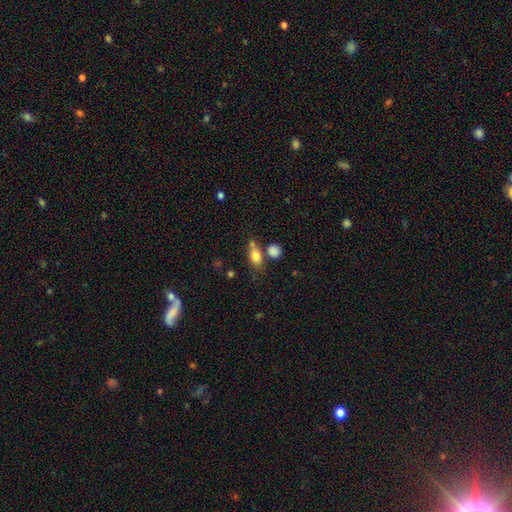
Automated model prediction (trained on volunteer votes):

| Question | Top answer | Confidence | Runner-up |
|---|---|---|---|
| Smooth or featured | smooth | 80% | star or artifact (10%) |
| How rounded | in between | 76% | round (19%) |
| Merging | none | 56% | merger (22%) |